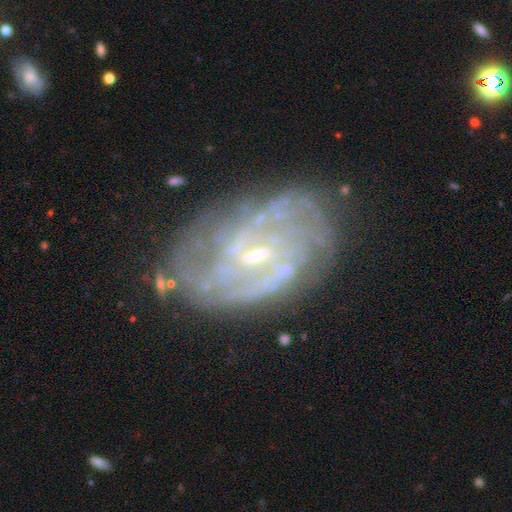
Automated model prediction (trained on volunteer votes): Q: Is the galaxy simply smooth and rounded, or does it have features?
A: featured or disk — 83%.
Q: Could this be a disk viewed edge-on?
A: no — 97%.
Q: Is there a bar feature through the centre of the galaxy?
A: weak — 59%.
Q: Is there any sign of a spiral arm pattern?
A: yes — 86%.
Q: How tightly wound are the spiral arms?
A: tight — 50%.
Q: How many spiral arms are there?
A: can't tell — 44%.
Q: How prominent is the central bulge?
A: small — 61%.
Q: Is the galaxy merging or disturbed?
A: none — 69%.